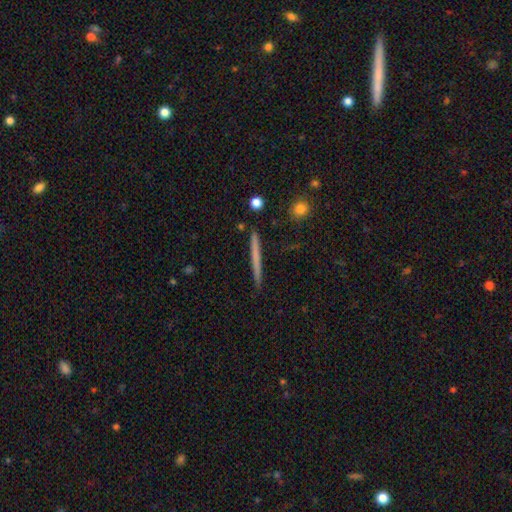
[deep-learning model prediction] smooth 53%, featured or disk 41%, star or artifact 6%. Down the decision tree: how rounded — cigar-shaped (96%); merging — none (91%).